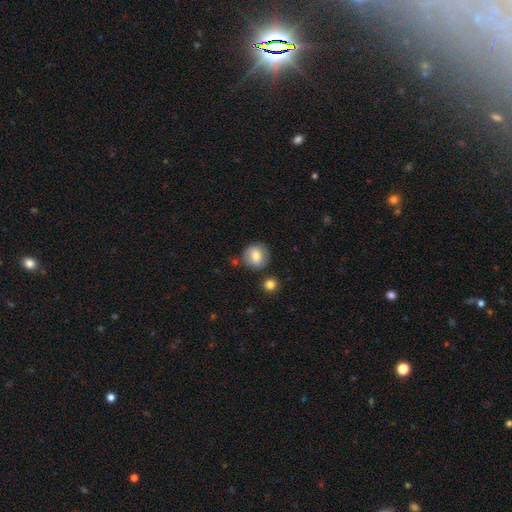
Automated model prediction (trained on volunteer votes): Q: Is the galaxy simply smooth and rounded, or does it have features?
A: smooth — 77%.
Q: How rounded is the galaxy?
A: round — 88%.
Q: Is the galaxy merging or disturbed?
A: none — 80%.